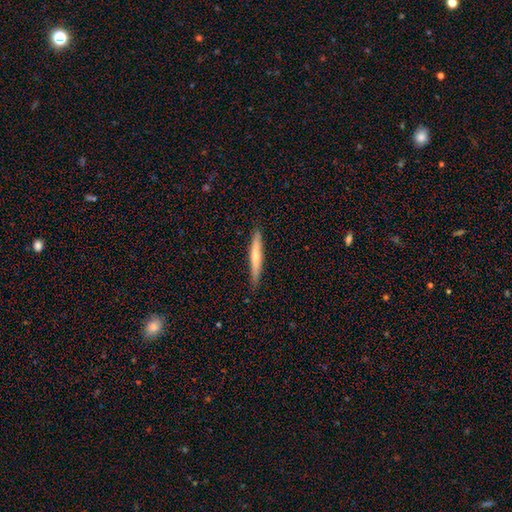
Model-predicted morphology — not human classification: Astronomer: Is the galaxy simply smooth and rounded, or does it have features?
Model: smooth — 53% (runner-up: featured or disk, 41%).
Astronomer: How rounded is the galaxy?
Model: cigar-shaped — 95%.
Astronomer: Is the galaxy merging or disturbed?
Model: none — 87%.